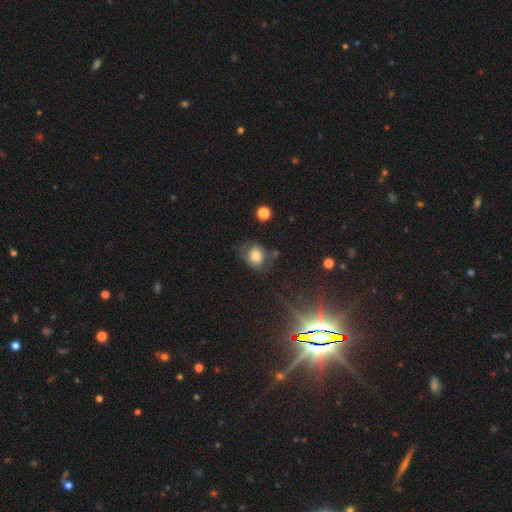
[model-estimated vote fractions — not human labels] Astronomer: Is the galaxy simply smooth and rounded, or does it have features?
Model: smooth — 69%.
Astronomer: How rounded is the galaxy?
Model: round — 66%.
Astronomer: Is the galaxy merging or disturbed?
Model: none — 54%.